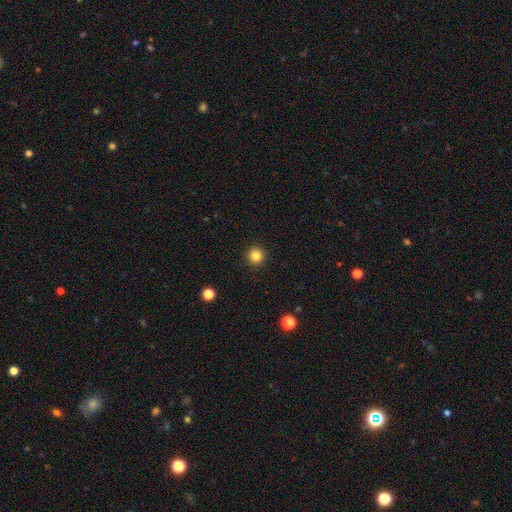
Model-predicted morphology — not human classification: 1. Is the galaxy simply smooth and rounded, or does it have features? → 84% smooth, 12% star or artifact, 5% featured or disk.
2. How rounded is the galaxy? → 95% round, 4% in between, 1% cigar-shaped.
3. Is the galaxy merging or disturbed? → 93% none, 4% minor disturbance, 2% major disturbance, 1% merger.